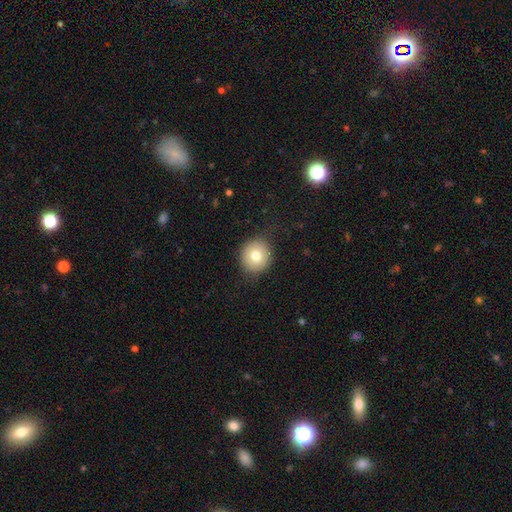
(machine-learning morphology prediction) smooth 75%, featured or disk 15%, star or artifact 10%. Down the decision tree: how rounded — round (88%); merging — none (84%).